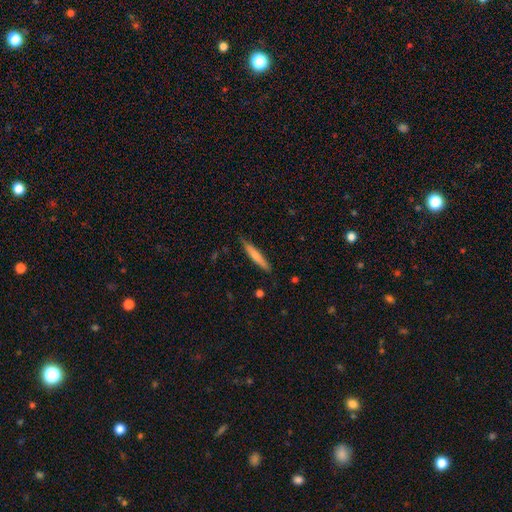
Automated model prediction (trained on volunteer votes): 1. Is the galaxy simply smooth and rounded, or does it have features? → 63% smooth, 31% featured or disk, 6% star or artifact.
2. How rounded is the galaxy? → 92% cigar-shaped, 7% in between, 1% round.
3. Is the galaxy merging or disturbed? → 85% none, 12% minor disturbance, 2% major disturbance, 1% merger.